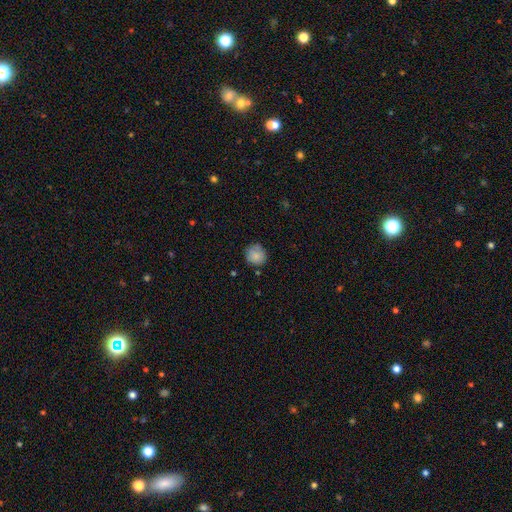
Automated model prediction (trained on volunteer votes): Overall: smooth (82%). How rounded: round (90%). Merging: none (77%).